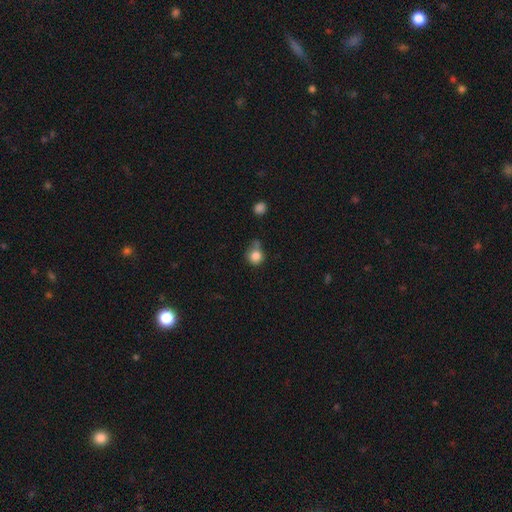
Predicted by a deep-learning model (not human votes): This is clearly a smooth galaxy (82%). How rounded: clearly round (81%). Merging: possibly none (45%).